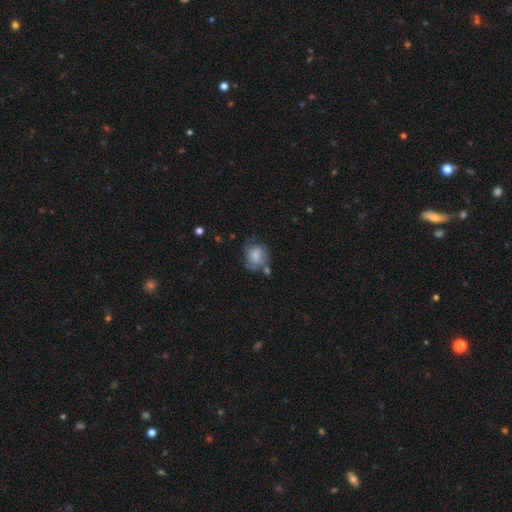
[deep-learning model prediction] Q: Smooth or featured?
A: smooth (55%); runner-up: featured or disk (37%)
Q: How rounded?
A: round (64%); runner-up: in between (35%)
Q: Merging?
A: none (47%); runner-up: minor disturbance (28%)